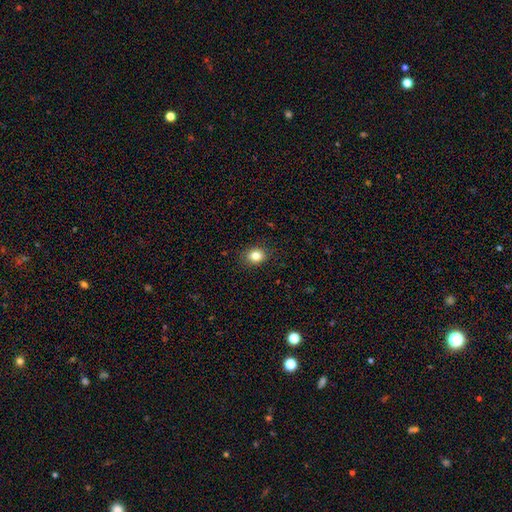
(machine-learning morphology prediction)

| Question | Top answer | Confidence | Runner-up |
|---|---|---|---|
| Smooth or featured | smooth | 84% | star or artifact (11%) |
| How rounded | round | 62% | in between (37%) |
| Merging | none | 88% | minor disturbance (9%) |